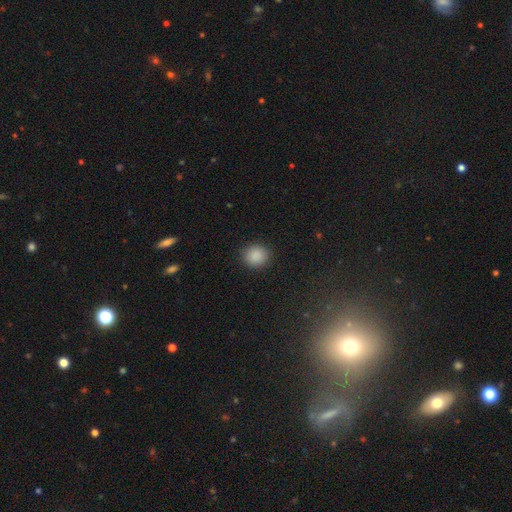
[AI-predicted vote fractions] Smooth or featured? smooth (88%)
How rounded? round (85%)
Merging? none (90%)